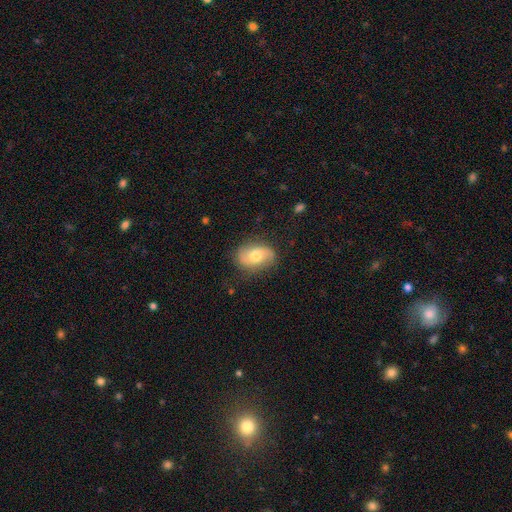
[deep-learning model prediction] Overall: featured or disk (47%; smooth 45%). Merging: none (78%).